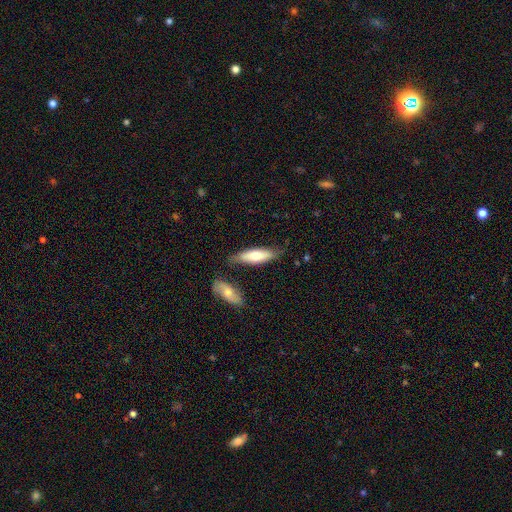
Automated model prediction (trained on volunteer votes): The model was most divided on "how rounded": in between: 51%, cigar-shaped: 48%, round: 2%. More confident: merging — none (70%); smooth or featured — smooth (69%).